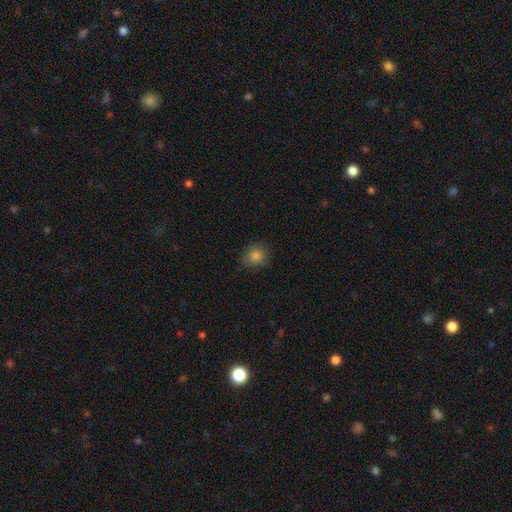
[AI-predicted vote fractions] A smooth galaxy with no disk features (81%) that is round (79%).

Vote fractions:
- Smooth or featured? smooth: 81% / star or artifact: 11% / featured or disk: 8%
- How rounded? round: 79% / in between: 20% / cigar-shaped: 1%
- Merging? none: 83% / minor disturbance: 13% / major disturbance: 3% / merger: 1%